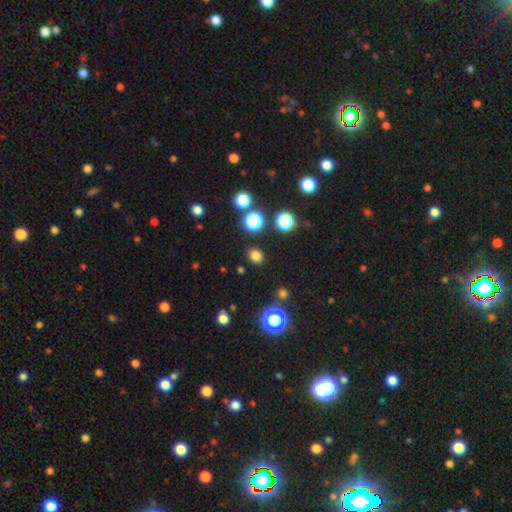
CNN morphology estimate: Smooth or featured: smooth — 77% (star or artifact — 19%)
How rounded: round — 73% (in between — 26%)
Merging: none — 88% (minor disturbance — 7%)